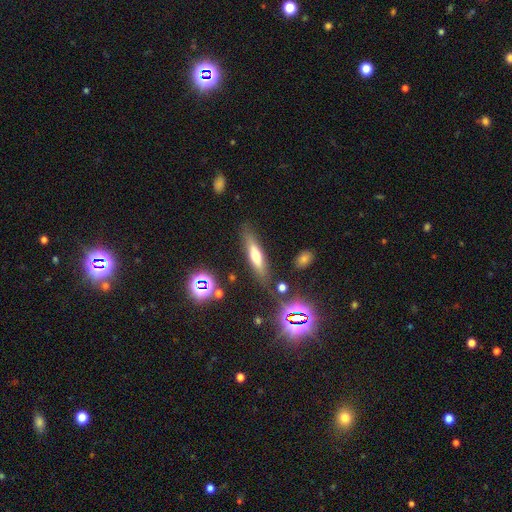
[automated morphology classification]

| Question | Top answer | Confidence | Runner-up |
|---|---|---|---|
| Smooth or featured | smooth | 47% | featured or disk (42%) |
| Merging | none | 81% | minor disturbance (12%) |